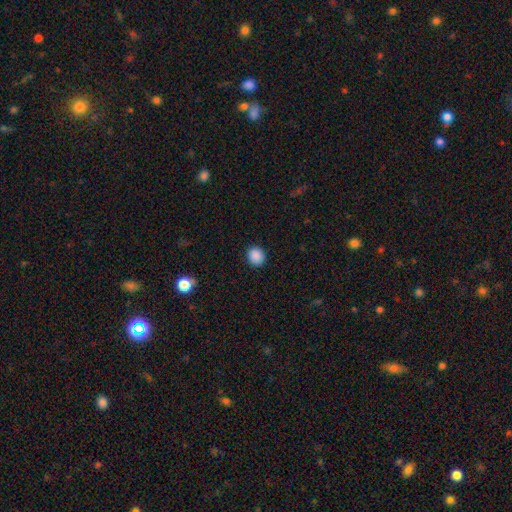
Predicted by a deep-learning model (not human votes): The model was most divided on "how rounded": round: 84%, in between: 15%, cigar-shaped: 1%. More confident: merging — none (91%); smooth or featured — smooth (88%).